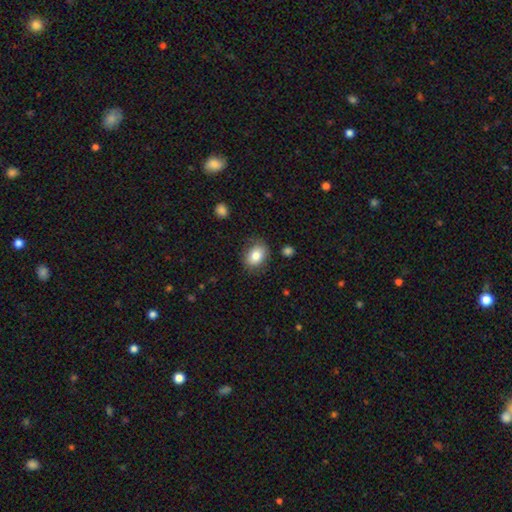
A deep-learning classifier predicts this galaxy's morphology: A smooth galaxy with no disk features (81%) that is in between round and cigar-shaped (73%).

Vote fractions:
- Smooth or featured? smooth: 81% / featured or disk: 11% / star or artifact: 8%
- How rounded? in between: 73% / round: 26% / cigar-shaped: 1%
- Merging? none: 80% / minor disturbance: 14% / major disturbance: 4% / merger: 2%